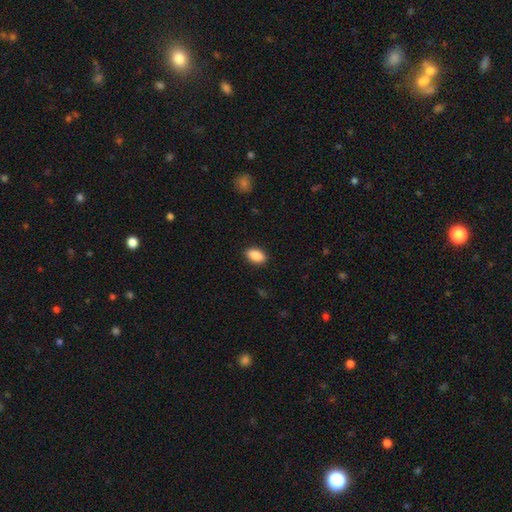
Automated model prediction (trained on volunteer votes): Morphology: type=smooth (89%); roundness=in between (92%); merging=none (89%).